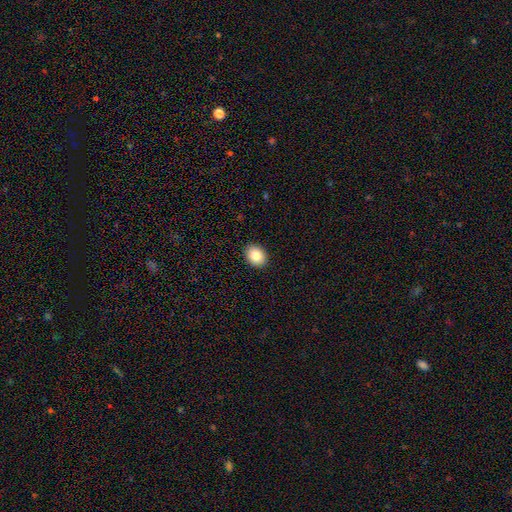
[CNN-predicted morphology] smooth_or_featured: smooth (p=0.84) [alt: star or artifact p=0.08]
how_rounded: in between (p=0.58) [alt: round p=0.41]
merging: none (p=0.91) [alt: minor disturbance p=0.06]